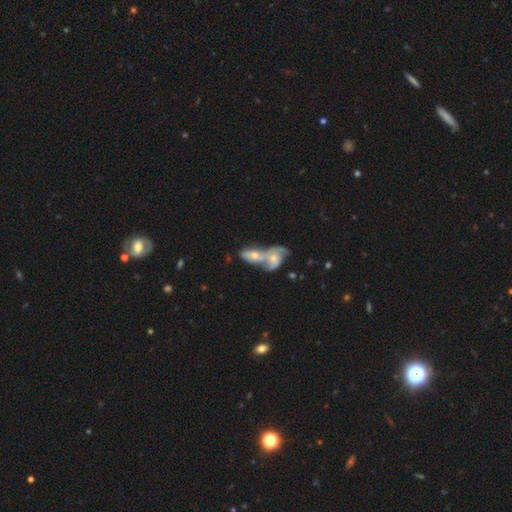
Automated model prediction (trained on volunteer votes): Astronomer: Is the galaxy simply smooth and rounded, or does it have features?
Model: featured or disk — 63%.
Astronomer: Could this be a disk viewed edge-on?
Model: no — 91%.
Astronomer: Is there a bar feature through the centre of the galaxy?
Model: no — 65%.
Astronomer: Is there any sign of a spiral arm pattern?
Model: yes — 79%.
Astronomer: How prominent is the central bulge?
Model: moderate — 51% (runner-up: small, 38%).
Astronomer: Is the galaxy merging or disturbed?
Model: merger — 71%.